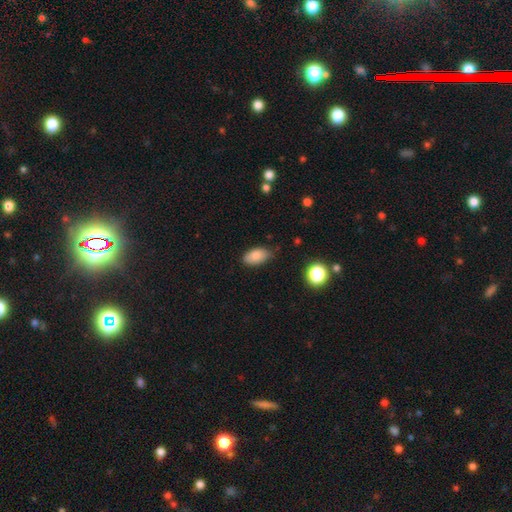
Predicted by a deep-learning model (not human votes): smooth 83%, featured or disk 9%, star or artifact 8%. Down the decision tree: how rounded — in between (92%); merging — none (72%).